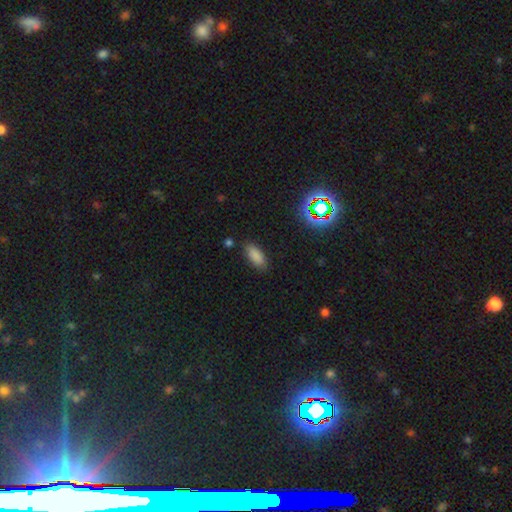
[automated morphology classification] The model was most divided on "how rounded": in between: 84%, cigar-shaped: 13%, round: 3%. More confident: merging — none (84%); smooth or featured — smooth (84%).